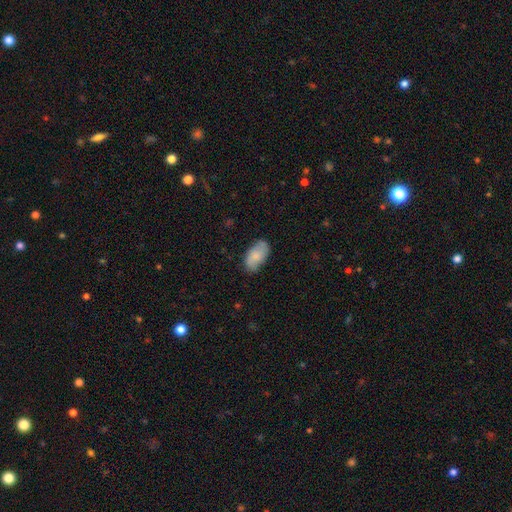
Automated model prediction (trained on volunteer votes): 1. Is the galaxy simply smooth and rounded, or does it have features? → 75% smooth, 19% featured or disk, 6% star or artifact.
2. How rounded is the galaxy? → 94% in between, 3% round, 2% cigar-shaped.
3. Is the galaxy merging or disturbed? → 74% none, 21% minor disturbance, 4% major disturbance, 1% merger.